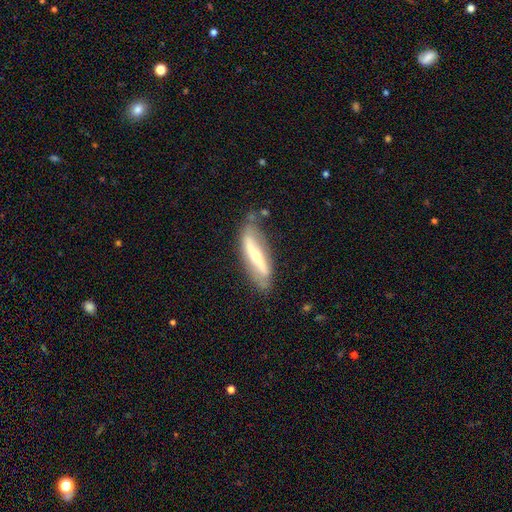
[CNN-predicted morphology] smooth-or-featured: featured or disk: 68% | smooth: 27% | star or artifact: 5%
  disk-edge-on: yes: 50% (tied) | no: 50% (tied)
  merging: none: 67% | minor disturbance: 23% | major disturbance: 7% | merger: 3%